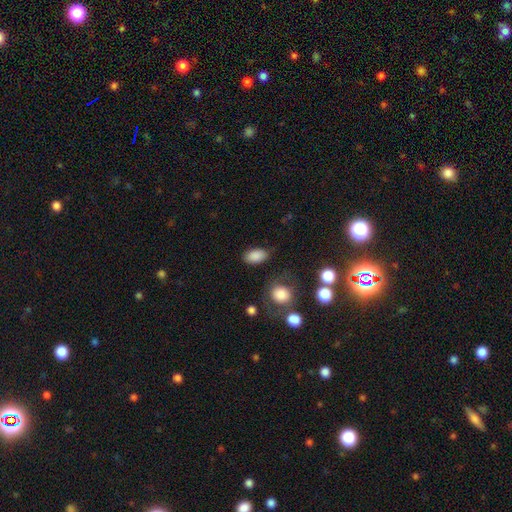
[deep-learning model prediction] smooth 87%, star or artifact 8%, featured or disk 5%. Down the decision tree: how rounded — in between (91%); merging — none (83%).